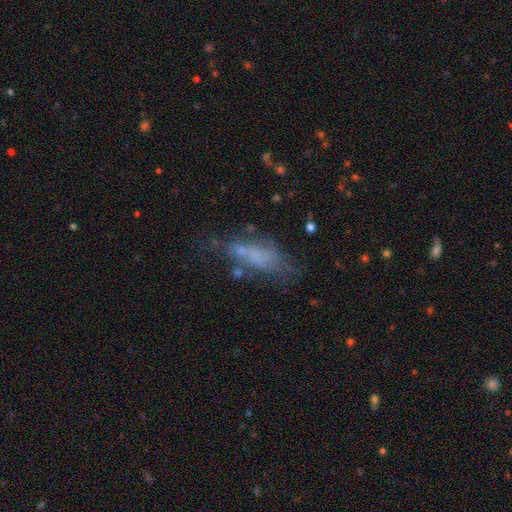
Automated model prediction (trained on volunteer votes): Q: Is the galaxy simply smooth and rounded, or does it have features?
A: smooth — 52%.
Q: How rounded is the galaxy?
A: in between — 63%.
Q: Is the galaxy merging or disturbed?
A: none — 40%.